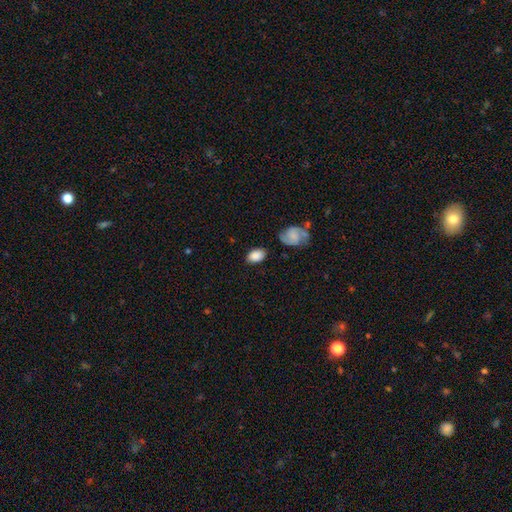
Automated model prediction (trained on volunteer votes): Smooth or featured?
  - smooth: 83% *
  - featured or disk: 10%
  - star or artifact: 7%
How rounded?
  - in between: 86% *
  - round: 12%
  - cigar-shaped: 1%
Merging?
  - none: 74% *
  - minor disturbance: 17%
  - merger: 5%
  - major disturbance: 4%